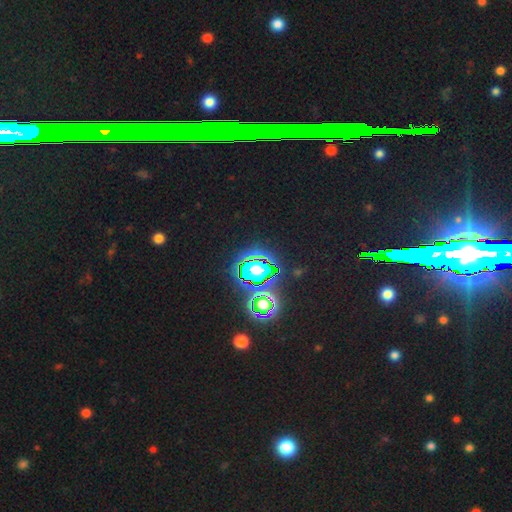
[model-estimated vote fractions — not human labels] Overall: star or artifact (80%).